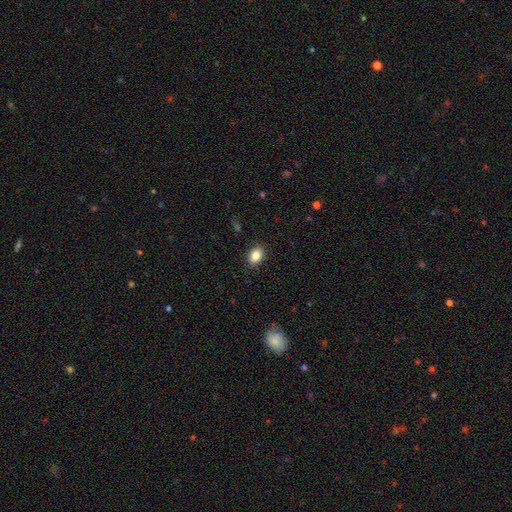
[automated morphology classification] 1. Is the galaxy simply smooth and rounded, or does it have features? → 85% smooth, 9% star or artifact, 6% featured or disk.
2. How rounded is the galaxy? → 79% in between, 19% round, 1% cigar-shaped.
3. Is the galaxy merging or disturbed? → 88% none, 9% minor disturbance, 2% major disturbance, 1% merger.